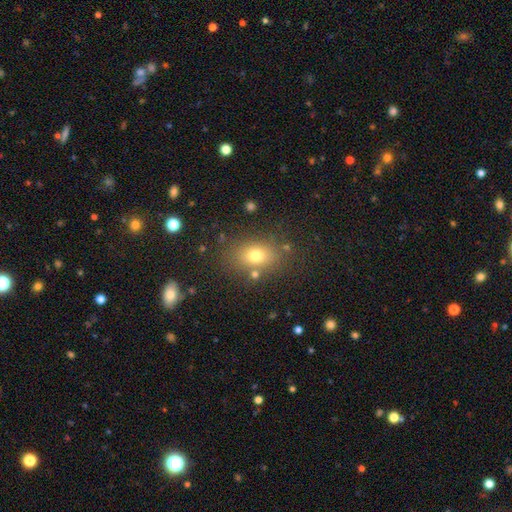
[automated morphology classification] smooth 73%, star or artifact 14%, featured or disk 14%. Down the decision tree: how rounded — in between (70%); merging — none (78%).